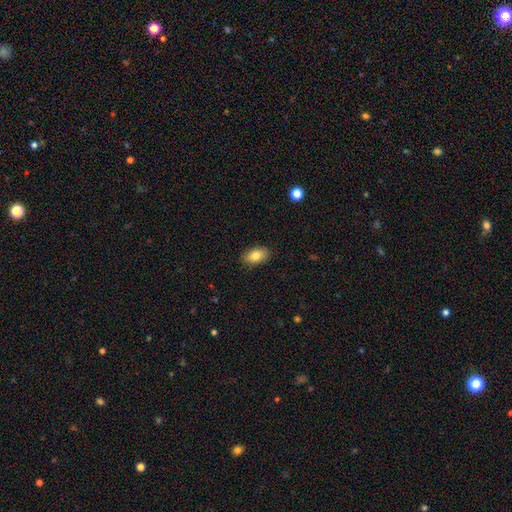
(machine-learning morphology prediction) Smooth or featured?
  - smooth: 82% *
  - featured or disk: 10%
  - star or artifact: 7%
How rounded?
  - in between: 91% *
  - round: 7%
  - cigar-shaped: 2%
Merging?
  - none: 87% *
  - minor disturbance: 10%
  - major disturbance: 2%
  - merger: 1%